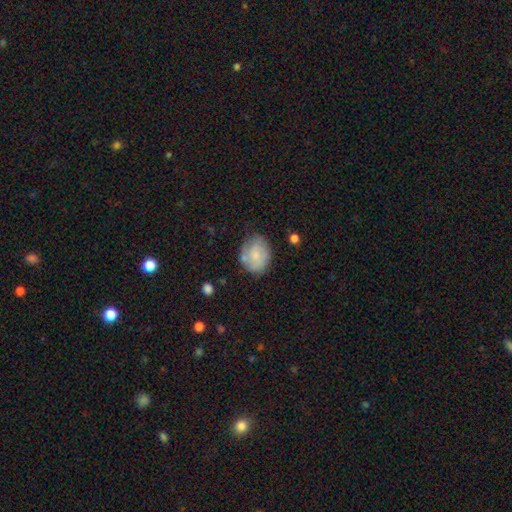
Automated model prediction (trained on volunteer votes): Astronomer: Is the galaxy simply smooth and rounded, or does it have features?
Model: smooth — 66%.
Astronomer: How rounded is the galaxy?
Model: in between — 54% (runner-up: round, 45%).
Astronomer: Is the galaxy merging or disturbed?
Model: none — 61%.